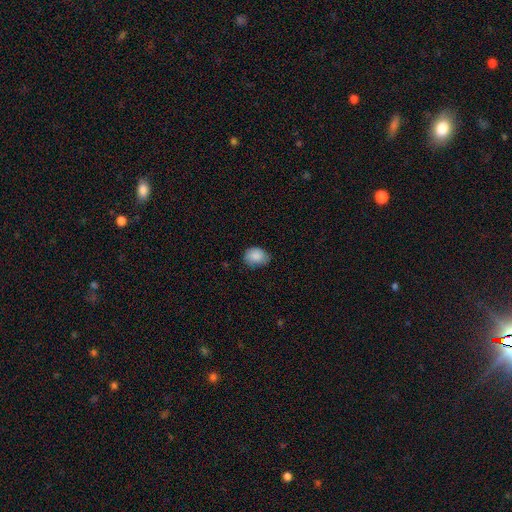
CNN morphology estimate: type=smooth (87%); roundness=in between (54%); merging=none (68%).